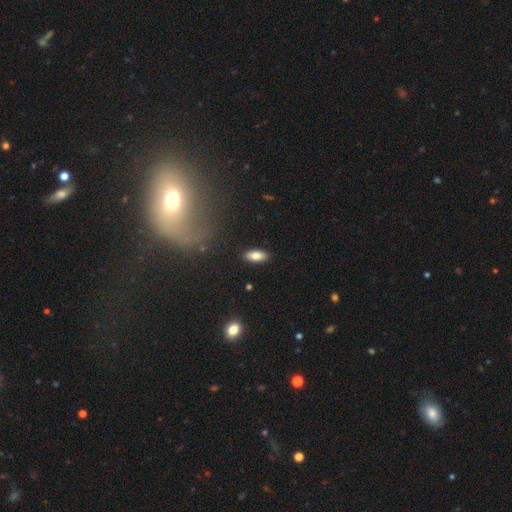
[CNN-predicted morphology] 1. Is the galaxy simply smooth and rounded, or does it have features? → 81% smooth, 11% featured or disk, 7% star or artifact.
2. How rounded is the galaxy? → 82% in between, 16% cigar-shaped, 2% round.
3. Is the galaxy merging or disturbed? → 88% none, 8% minor disturbance, 2% major disturbance, 1% merger.